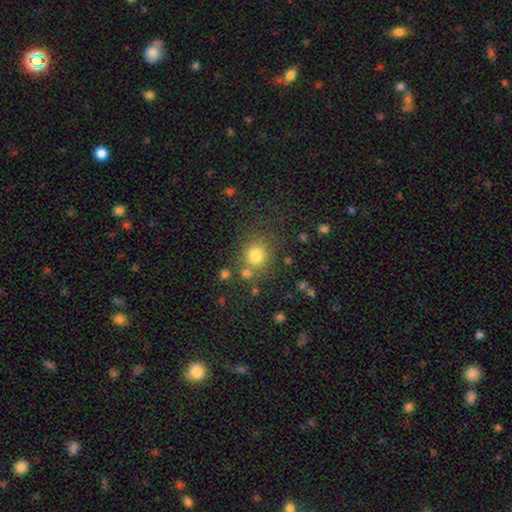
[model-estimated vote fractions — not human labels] smooth-or-featured: smooth: 79% | star or artifact: 13% | featured or disk: 8%
  how-rounded: round: 83% | in between: 16% | cigar-shaped: 1%
  merging: none: 70% | merger: 12% | minor disturbance: 12% | major disturbance: 6%